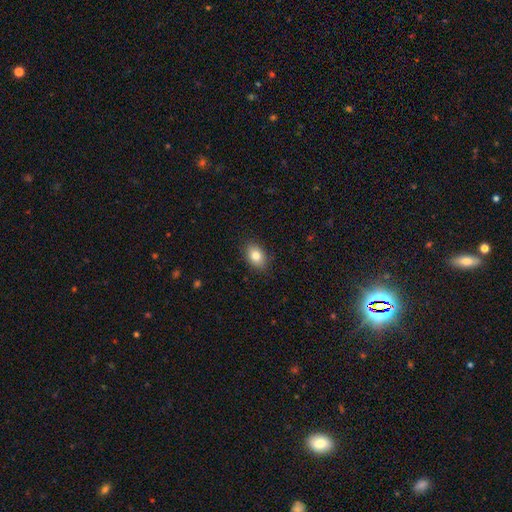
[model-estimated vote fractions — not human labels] This appears to be a smooth galaxy with no disk features (82%) that is in between round and cigar-shaped (82%). Merging: none (87%).